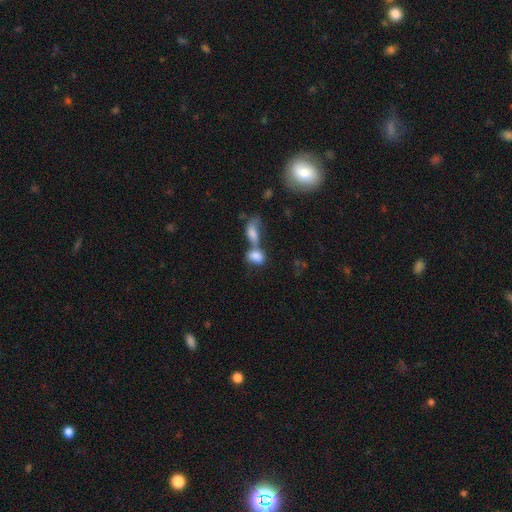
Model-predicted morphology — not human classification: This appears to be a smooth galaxy with no disk features (79%) that is in between round and cigar-shaped (82%). Merging: merger (69%).